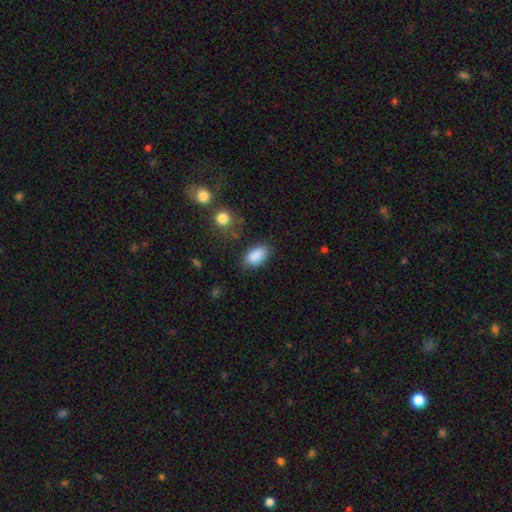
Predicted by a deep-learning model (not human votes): Smooth or featured: smooth — 88% (star or artifact — 8%)
How rounded: in between — 91% (round — 7%)
Merging: none — 76% (minor disturbance — 17%)